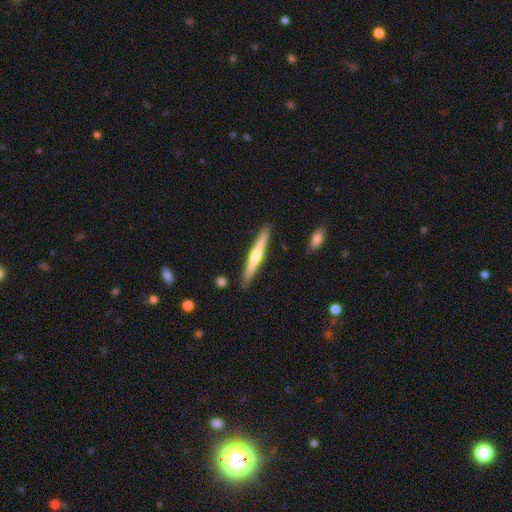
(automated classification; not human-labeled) Morphology: type=featured or disk (61%); edge-on=yes (98%); edge-on bulge=rounded (85%); merging=none (90%).